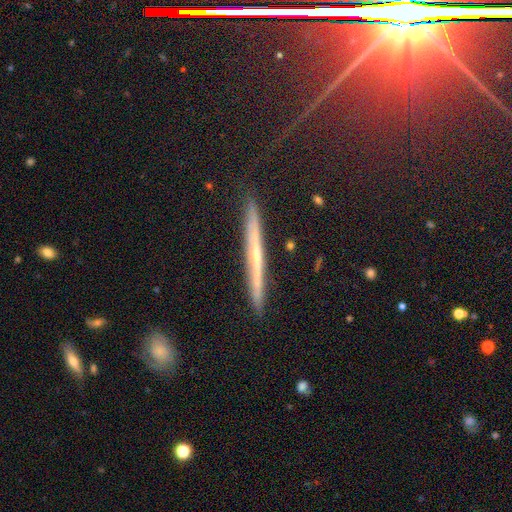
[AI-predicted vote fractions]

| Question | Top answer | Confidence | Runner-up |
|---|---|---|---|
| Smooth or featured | featured or disk | 61% | smooth (28%) |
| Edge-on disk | yes | 97% | no (3%) |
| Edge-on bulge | none | 63% | rounded (32%) |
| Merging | none | 90% | minor disturbance (7%) |